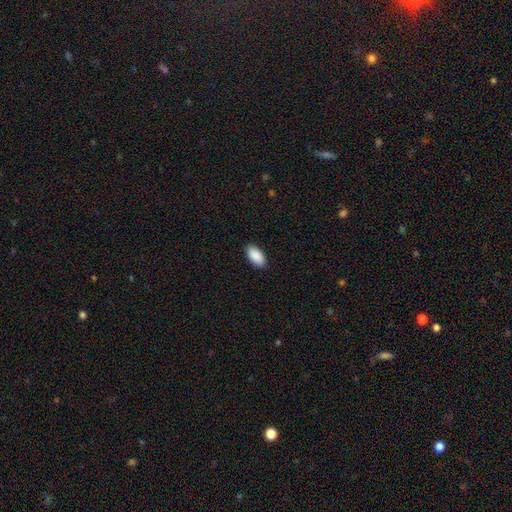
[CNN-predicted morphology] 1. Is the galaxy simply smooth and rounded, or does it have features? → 91% smooth, 6% star or artifact, 3% featured or disk.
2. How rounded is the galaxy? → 95% in between, 3% cigar-shaped, 2% round.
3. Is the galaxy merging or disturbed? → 89% none, 8% minor disturbance, 2% major disturbance, 1% merger.